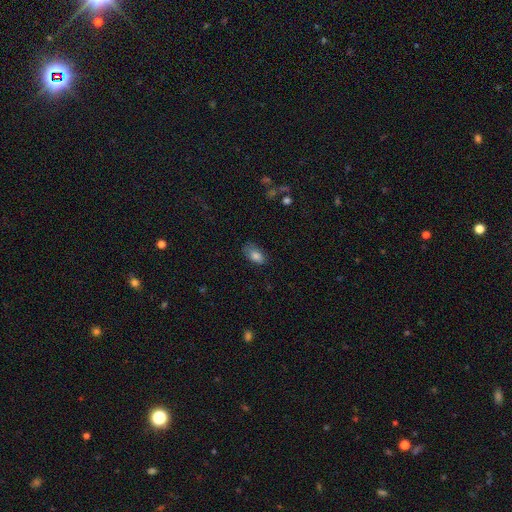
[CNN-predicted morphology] This is clearly a smooth galaxy (82%). How rounded: clearly in between (91%). Merging: likely none (64%).